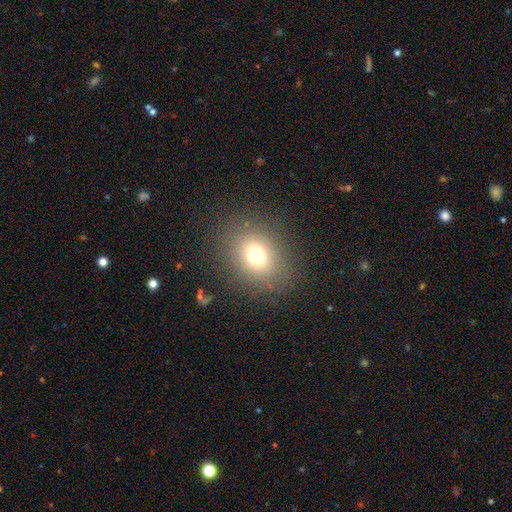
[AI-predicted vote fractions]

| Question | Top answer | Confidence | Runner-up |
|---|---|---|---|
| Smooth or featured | smooth | 72% | star or artifact (17%) |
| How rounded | round | 57% | in between (42%) |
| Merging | none | 83% | minor disturbance (10%) |